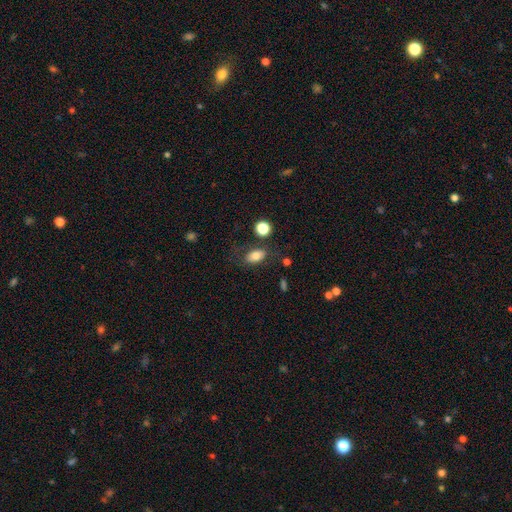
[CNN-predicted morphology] Overall: smooth (79%). How rounded: in between (87%). Merging: none (71%).